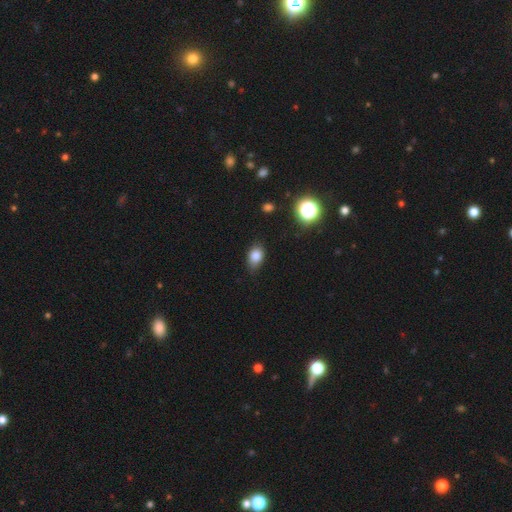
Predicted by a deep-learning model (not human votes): A smooth galaxy with no disk features (83%) that is in between round and cigar-shaped (78%).

Vote fractions:
- Smooth or featured? smooth: 83% / star or artifact: 11% / featured or disk: 7%
- How rounded? in between: 78% / round: 21% / cigar-shaped: 2%
- Merging? none: 74% / minor disturbance: 21% / major disturbance: 4% / merger: 1%